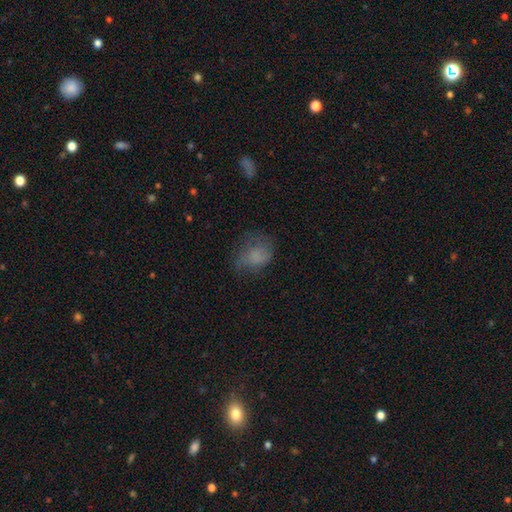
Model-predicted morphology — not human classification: Smooth or featured?
  - smooth: 65% *
  - featured or disk: 23%
  - star or artifact: 13%
How rounded?
  - in between: 60% *
  - round: 38%
  - cigar-shaped: 1%
Merging?
  - none: 46% *
  - minor disturbance: 28%
  - major disturbance: 25%
  - merger: 2%